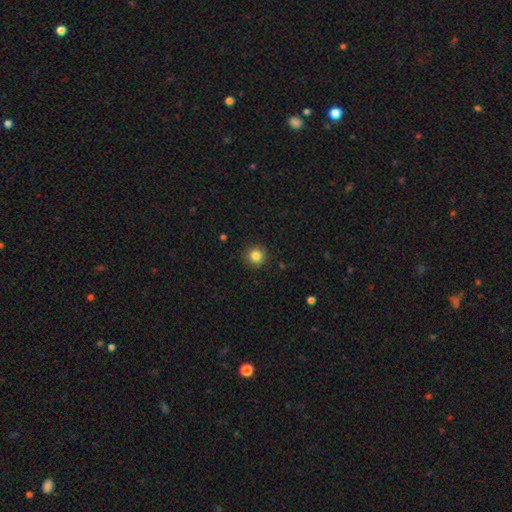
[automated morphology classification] This appears to be a smooth galaxy with no disk features (84%) that is round (94%). Merging: none (90%).